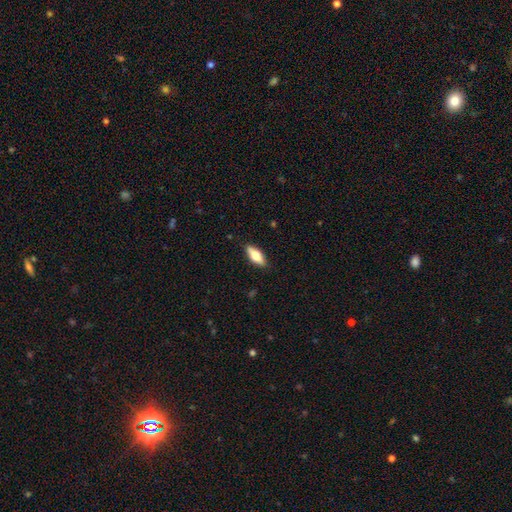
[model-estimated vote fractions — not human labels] Smooth or featured? smooth (63%)
How rounded? in between (73%)
Merging? none (87%)